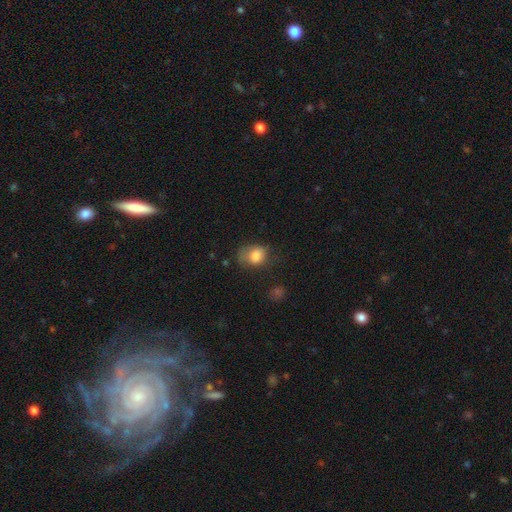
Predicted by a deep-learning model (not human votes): The model was most divided on "merging": none: 42%, minor disturbance: 33%, major disturbance: 21%, merger: 3%. More confident: smooth or featured — smooth (81%); how rounded — in between (57%).